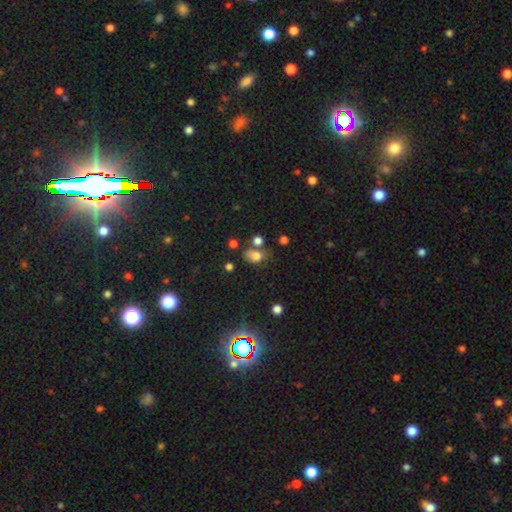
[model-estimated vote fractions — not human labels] smooth 73%, star or artifact 16%, featured or disk 11%. Down the decision tree: how rounded — in between (61%); merging — none (48%).